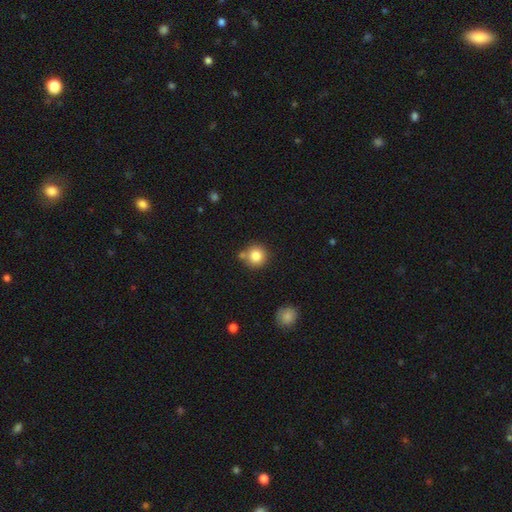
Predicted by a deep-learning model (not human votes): Morphology: type=smooth (84%); roundness=round (93%); merging=none (70%).